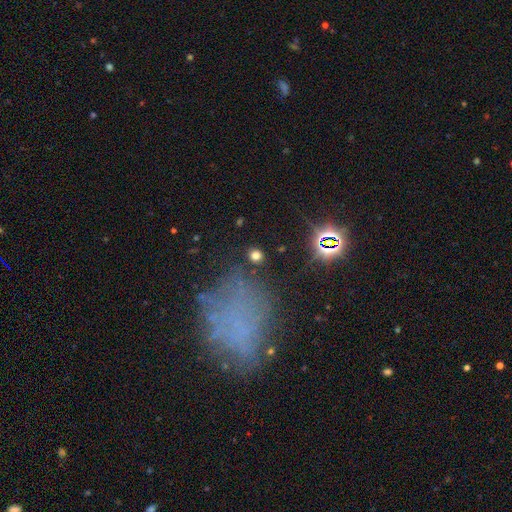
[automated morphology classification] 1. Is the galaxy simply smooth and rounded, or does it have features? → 75% smooth, 18% star or artifact, 7% featured or disk.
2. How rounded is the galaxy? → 84% round, 15% in between, 1% cigar-shaped.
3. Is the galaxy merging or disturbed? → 87% none, 7% minor disturbance, 3% major disturbance, 3% merger.